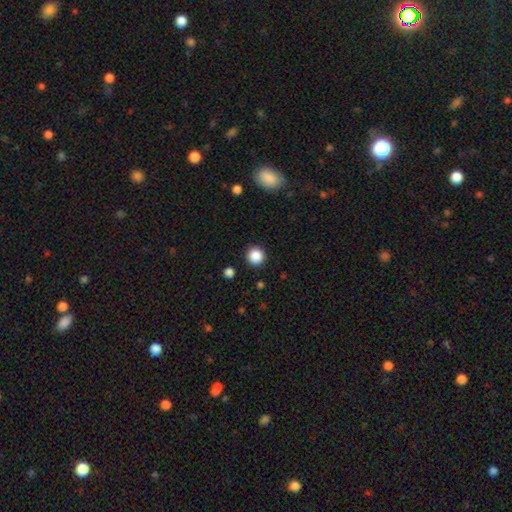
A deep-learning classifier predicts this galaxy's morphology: This is clearly a smooth galaxy (87%). How rounded: clearly round (95%). Merging: clearly none (91%).